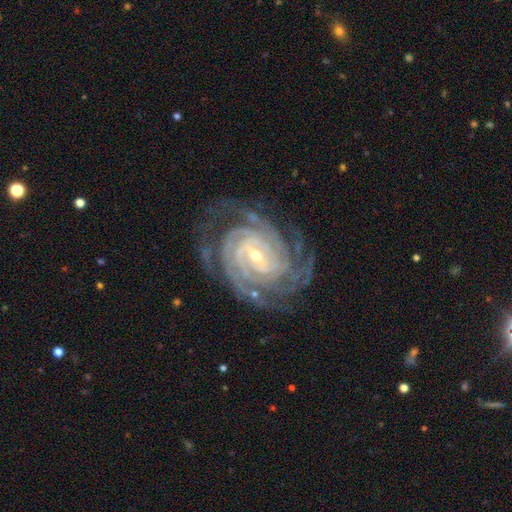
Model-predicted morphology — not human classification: Smooth or featured? Predicted: featured or disk (p=0.94). Edge-on disk? Predicted: no (p=0.98). Bar? Predicted: weak (p=0.46). Spiral arms? Predicted: yes (p=0.99). Spiral winding? Predicted: tight (p=0.81). Spiral arm count? Predicted: 4 (p=0.31). Bulge size? Predicted: small (p=0.62). Merging? Predicted: none (p=0.77).